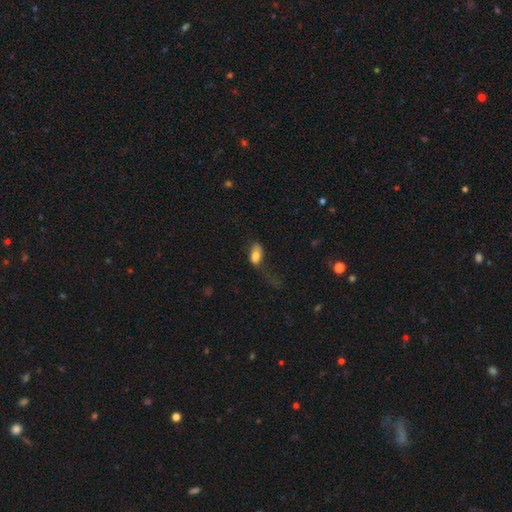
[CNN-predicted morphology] This appears to be a smooth galaxy with no disk features (79%) that is in between round and cigar-shaped (90%). Merging: major disturbance (37%).